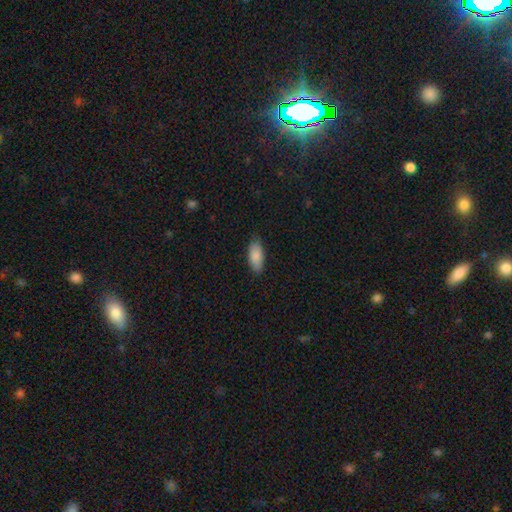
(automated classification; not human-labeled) Q: Smooth or featured?
A: smooth (86%); runner-up: featured or disk (8%)
Q: How rounded?
A: in between (88%); runner-up: cigar-shaped (10%)
Q: Merging?
A: none (81%); runner-up: minor disturbance (15%)